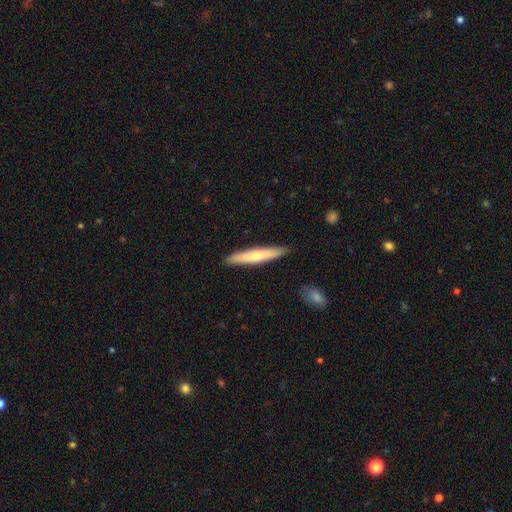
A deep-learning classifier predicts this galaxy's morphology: Overall: smooth (55%; featured or disk 39%). How rounded: cigar-shaped (92%). Merging: none (90%).